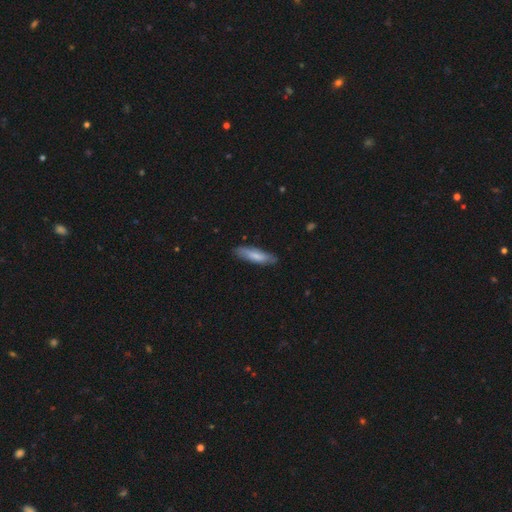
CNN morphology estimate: This is likely a smooth galaxy (70%). How rounded: likely cigar-shaped (66%). Merging: clearly none (81%).